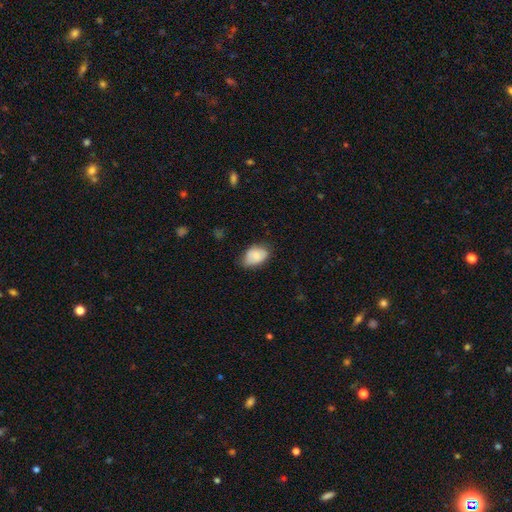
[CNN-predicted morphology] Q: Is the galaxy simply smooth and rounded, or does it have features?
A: smooth — 82%.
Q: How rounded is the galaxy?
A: in between — 86%.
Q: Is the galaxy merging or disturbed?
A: none — 64%.